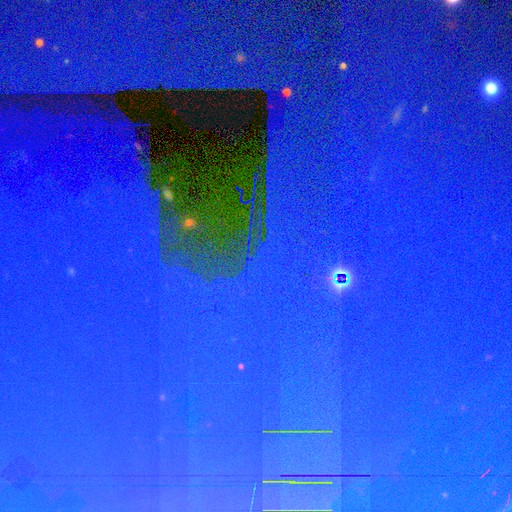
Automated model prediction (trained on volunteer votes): Overall: star or artifact (82%).